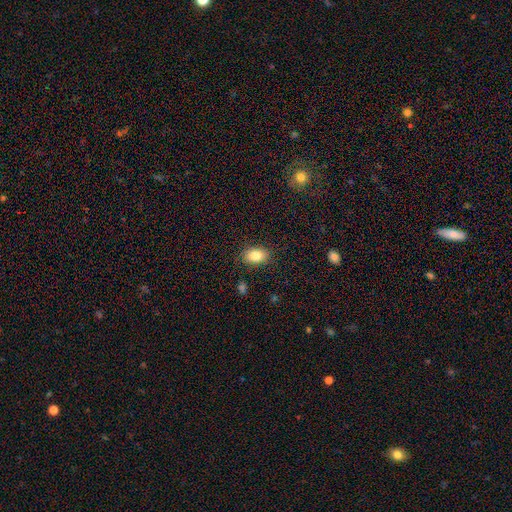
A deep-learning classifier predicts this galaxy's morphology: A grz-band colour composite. It shows a smooth galaxy with no disk features (84%) that is in between round and cigar-shaped (85%). Merging: none (86%).